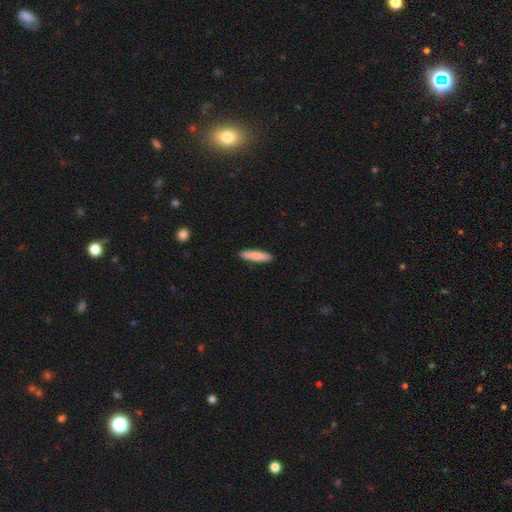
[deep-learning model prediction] A smooth galaxy with no disk features (85%) that is cigar-shaped (81%). Merging: none (91%).